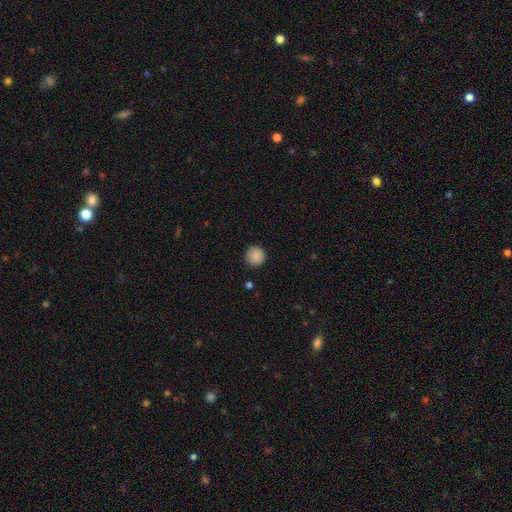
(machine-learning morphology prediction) smooth-or-featured: smooth: 87% | star or artifact: 8% | featured or disk: 5%
  how-rounded: round: 95% | in between: 4% | cigar-shaped: 1%
  merging: none: 90% | minor disturbance: 7% | major disturbance: 2% | merger: 1%